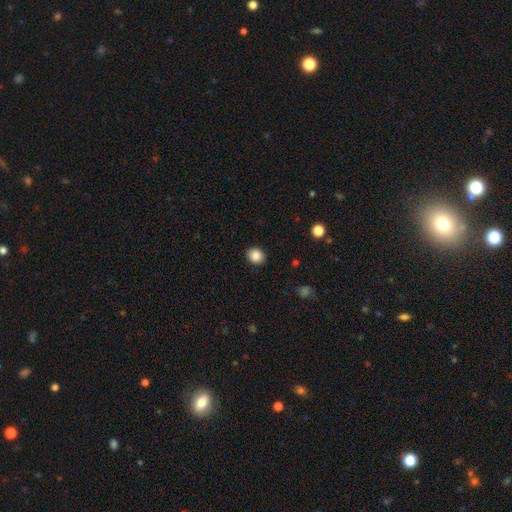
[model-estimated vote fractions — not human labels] smooth_or_featured: smooth (p=0.87) [alt: star or artifact p=0.09]
how_rounded: round (p=0.74) [alt: in between p=0.25]
merging: none (p=0.91) [alt: minor disturbance p=0.06]